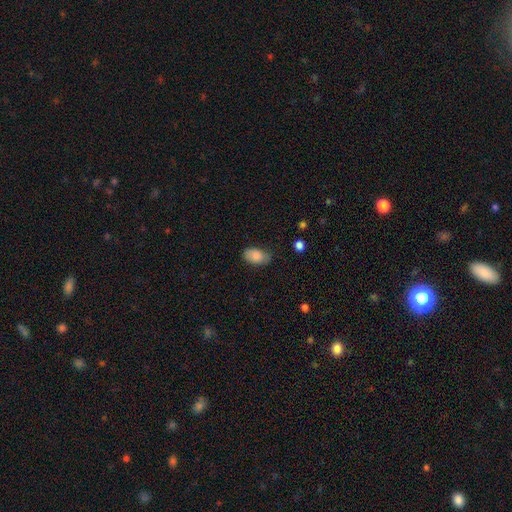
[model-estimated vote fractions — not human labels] Morphology: type=smooth (85%); roundness=in between (92%); merging=none (72%).